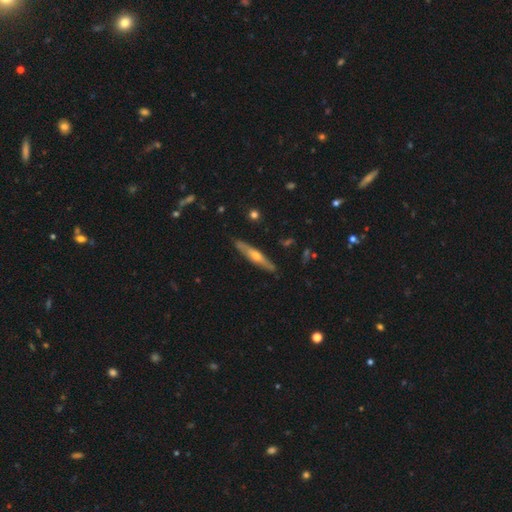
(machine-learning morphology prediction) A featured or disk galaxy (61%) viewed edge-on (91%) with a rounded central bulge (83%).

Vote fractions:
- Smooth or featured? featured or disk: 61% / smooth: 33% / star or artifact: 6%
- Edge-on disk? yes: 91% / no: 9%
- Edge-on bulge? rounded: 83% / none: 13% / boxy: 4%
- Merging? none: 88% / minor disturbance: 9% / major disturbance: 2% / merger: 1%